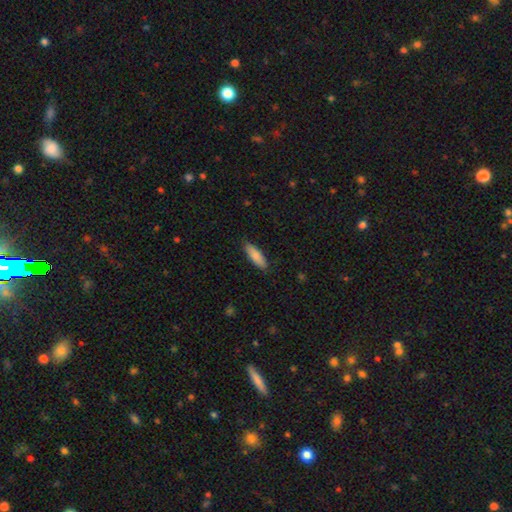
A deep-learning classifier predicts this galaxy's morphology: Smooth or featured? smooth (85%)
How rounded? in between (52%)
Merging? none (86%)